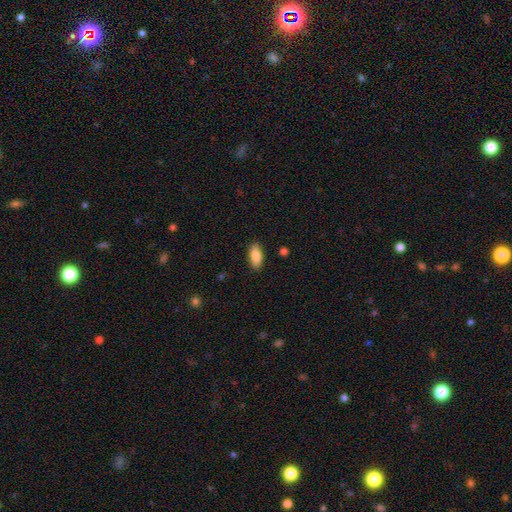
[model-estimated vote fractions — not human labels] The model was most divided on "how rounded": in between: 87%, cigar-shaped: 10%, round: 2%. More confident: merging — none (88%); smooth or featured — smooth (86%).